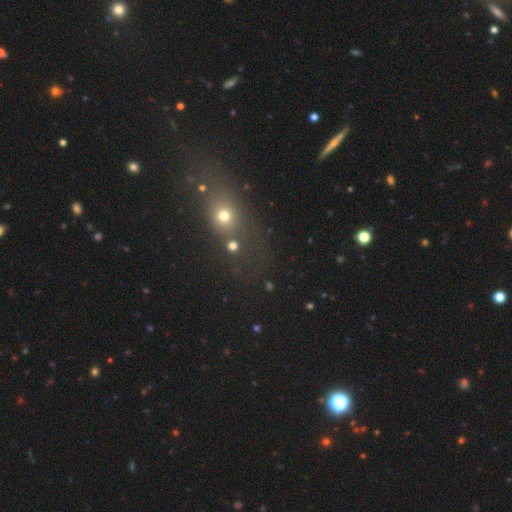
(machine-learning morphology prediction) The model was most divided on "smooth or featured": star or artifact: 44%, smooth: 41%, featured or disk: 15%.